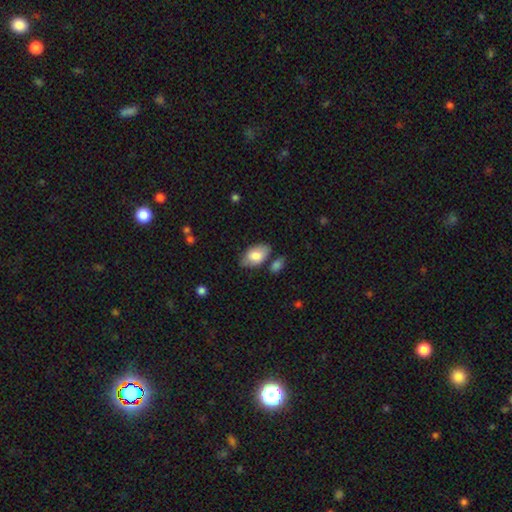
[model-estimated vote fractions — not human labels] Smooth or featured: smooth — 78% (featured or disk — 15%)
How rounded: in between — 93% (round — 5%)
Merging: none — 66% (minor disturbance — 20%)